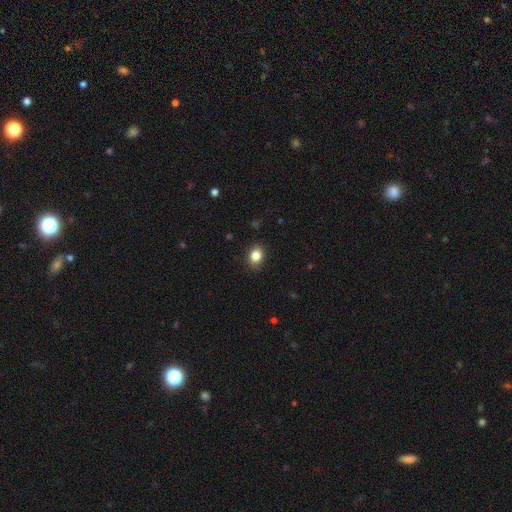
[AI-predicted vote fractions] Smooth or featured: smooth — 85% (star or artifact — 10%)
How rounded: in between — 55% (round — 44%)
Merging: none — 88% (minor disturbance — 9%)